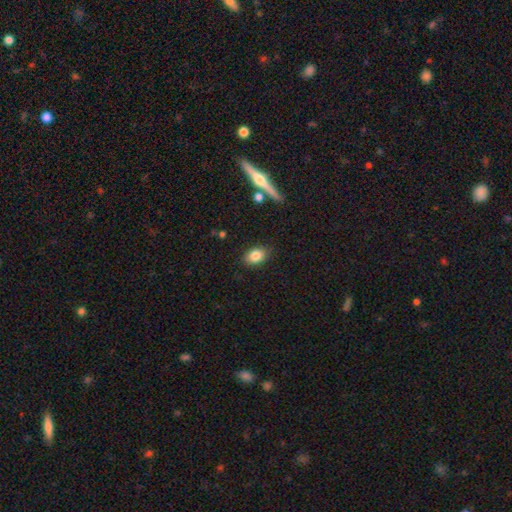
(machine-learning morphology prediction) A smooth galaxy with no disk features (83%) that is in between round and cigar-shaped (83%).

Vote fractions:
- Smooth or featured? smooth: 83% / featured or disk: 9% / star or artifact: 9%
- How rounded? in between: 83% / round: 15% / cigar-shaped: 2%
- Merging? none: 86% / minor disturbance: 10% / major disturbance: 3% / merger: 2%